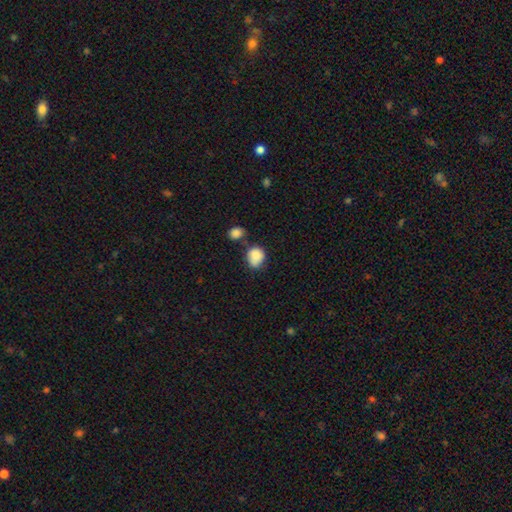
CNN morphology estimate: A smooth galaxy with no disk features (86%) that is round (54%).

Vote fractions:
- Smooth or featured? smooth: 86% / star or artifact: 8% / featured or disk: 6%
- How rounded? round: 54% / in between: 45% / cigar-shaped: 1%
- Merging? none: 48% / minor disturbance: 25% / merger: 19% / major disturbance: 8%